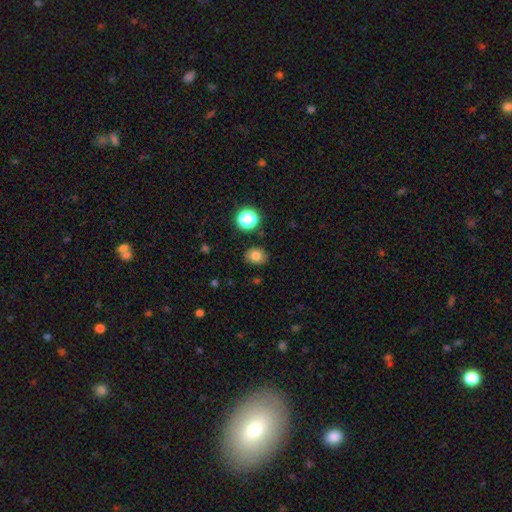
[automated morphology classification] The model was most divided on "how rounded": round: 56%, in between: 43%, cigar-shaped: 1%. More confident: merging — none (85%); smooth or featured — smooth (78%).